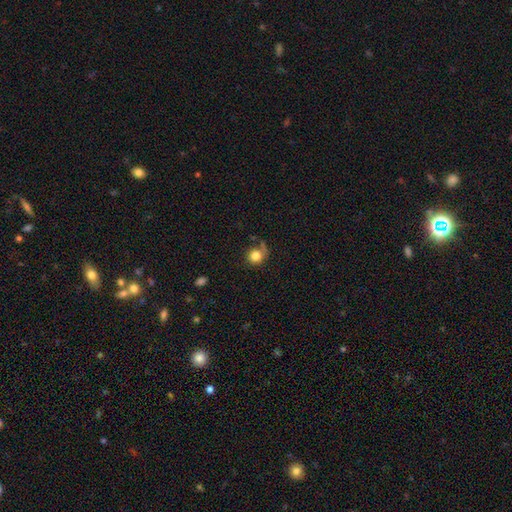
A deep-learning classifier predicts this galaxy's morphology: Q: Smooth or featured?
A: smooth (82%); runner-up: star or artifact (10%)
Q: How rounded?
A: round (86%); runner-up: in between (13%)
Q: Merging?
A: none (62%); runner-up: minor disturbance (20%)